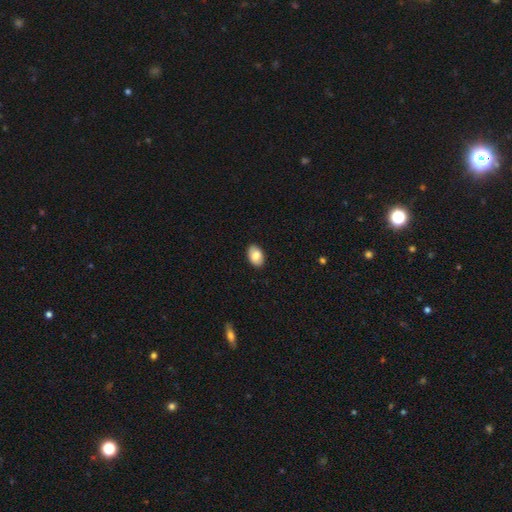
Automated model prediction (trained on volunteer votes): Morphology: type=smooth (82%); roundness=in between (88%); merging=none (88%).